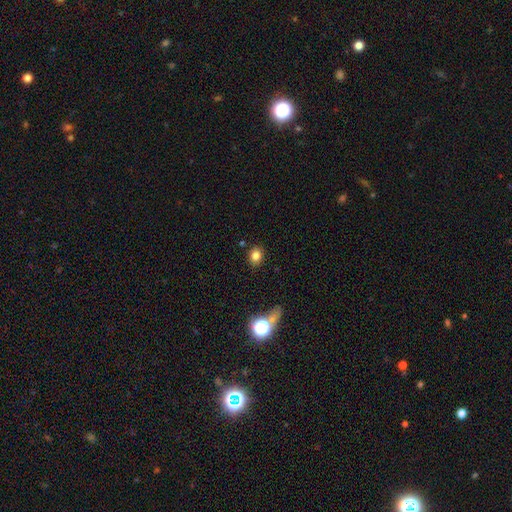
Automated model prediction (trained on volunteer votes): This is clearly a smooth galaxy (81%). How rounded: possibly round (57%). Merging: clearly none (86%).